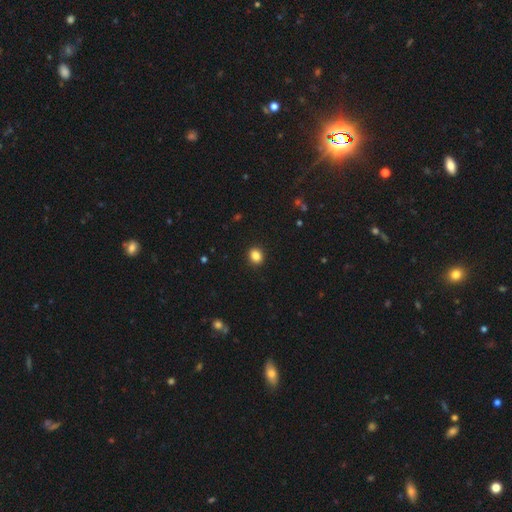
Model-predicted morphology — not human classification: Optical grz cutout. It shows a smooth galaxy with no disk features (86%) that is round (65%). Merging: none (92%).